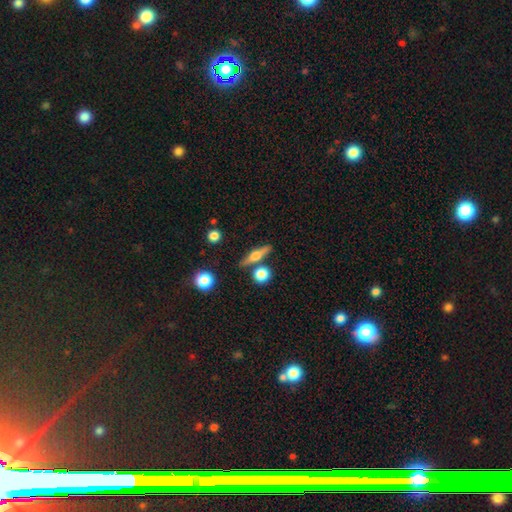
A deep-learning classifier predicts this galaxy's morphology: This is possibly a featured or disk galaxy (55%). It is clearly viewed edge-on (94%). Edge-on bulge: clearly rounded (93%). Merging: likely none (78%).